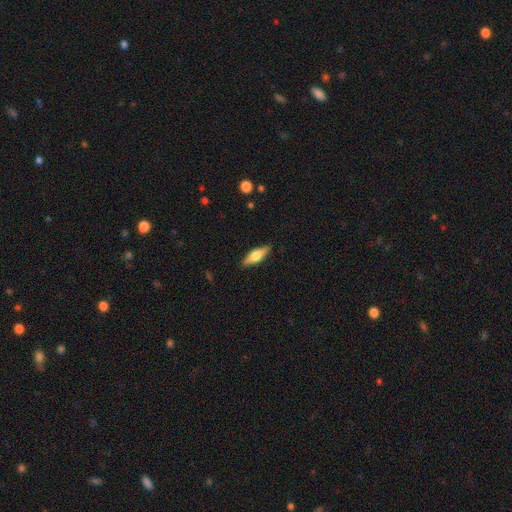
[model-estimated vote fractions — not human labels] Morphology: type=featured or disk (50%); edge-on=yes (93%); merging=none (89%).